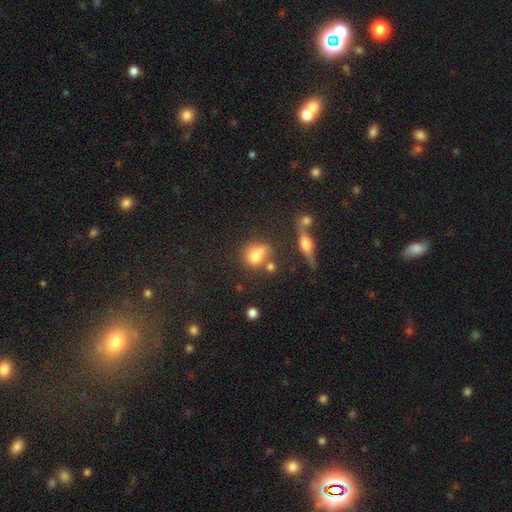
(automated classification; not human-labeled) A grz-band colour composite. It shows a smooth galaxy with no disk features (69%) that is round (68%). Merging: none (44%).